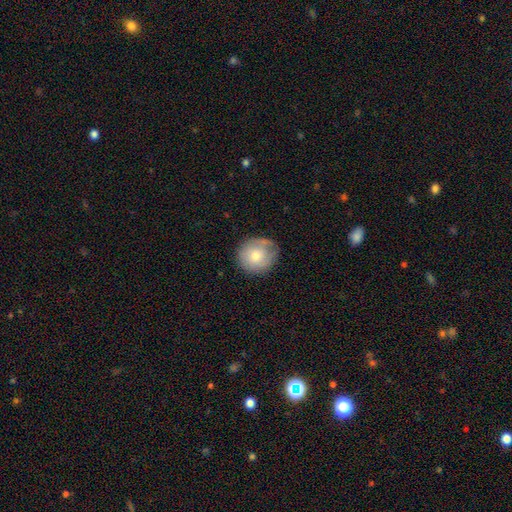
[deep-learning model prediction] Morphology: type=smooth (69%); roundness=round (89%); merging=none (76%).